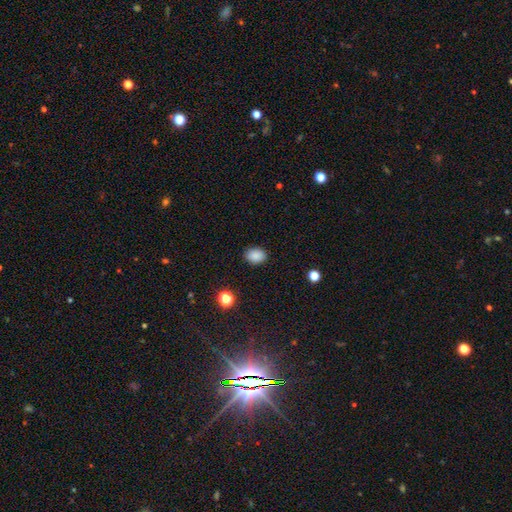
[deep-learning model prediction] Smooth or featured? Predicted: smooth (p=0.88). How rounded? Predicted: in between (p=0.60). Merging? Predicted: none (p=0.89).